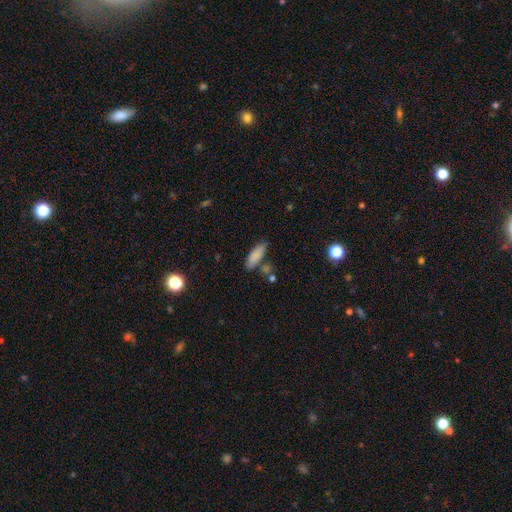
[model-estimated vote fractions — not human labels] Smooth or featured? smooth (86%)
How rounded? in between (66%)
Merging? none (70%)